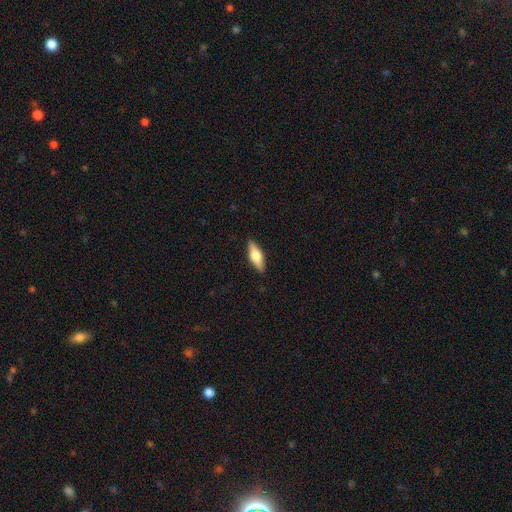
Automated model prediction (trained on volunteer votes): This is possibly a smooth galaxy (55%). How rounded: possibly in between (58%). Merging: clearly none (89%).